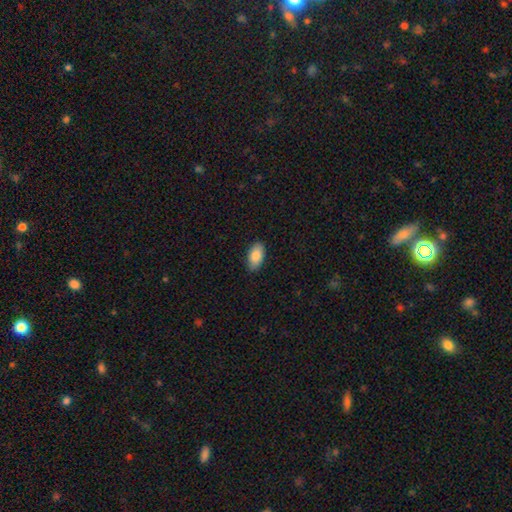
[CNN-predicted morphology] The model was most divided on "smooth or featured": smooth: 84%, featured or disk: 10%, star or artifact: 7%. More confident: how rounded — in between (94%); merging — none (86%).